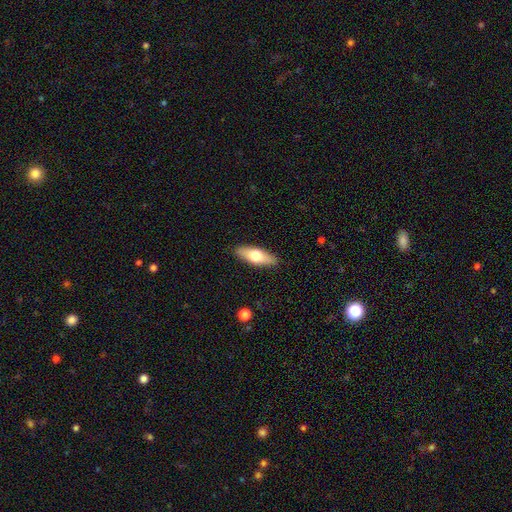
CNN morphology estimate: A smooth galaxy with no disk features (62%) that is in between round and cigar-shaped (66%).

Vote fractions:
- Smooth or featured? smooth: 62% / featured or disk: 32% / star or artifact: 6%
- How rounded? in between: 66% / cigar-shaped: 31% / round: 3%
- Merging? none: 89% / minor disturbance: 8% / major disturbance: 2% / merger: 1%